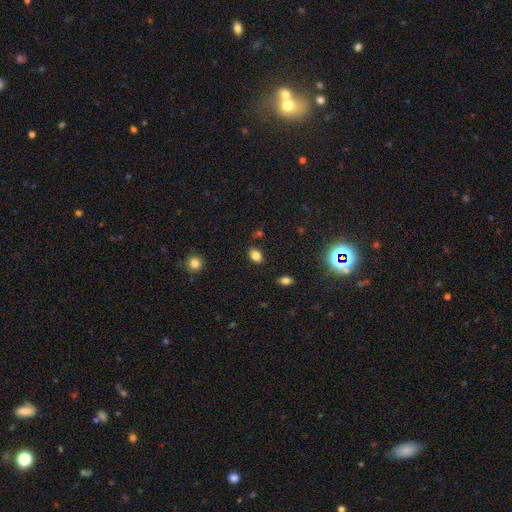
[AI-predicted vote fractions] Smooth or featured? smooth (82%)
How rounded? in between (82%)
Merging? none (83%)